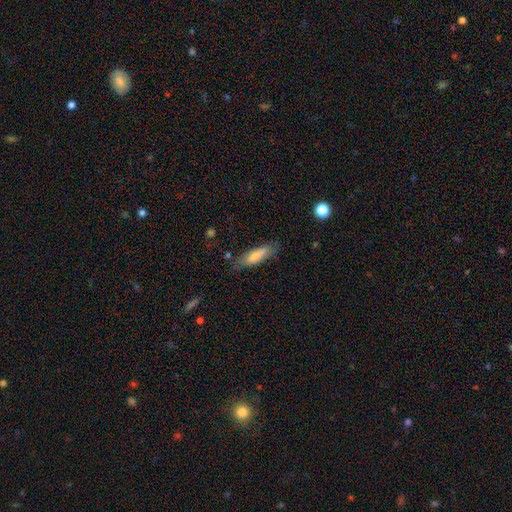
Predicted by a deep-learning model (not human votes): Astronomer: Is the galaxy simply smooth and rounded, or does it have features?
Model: smooth — 72%.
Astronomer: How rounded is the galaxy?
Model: cigar-shaped — 59% (runner-up: in between, 39%).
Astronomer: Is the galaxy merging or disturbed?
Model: none — 72%.